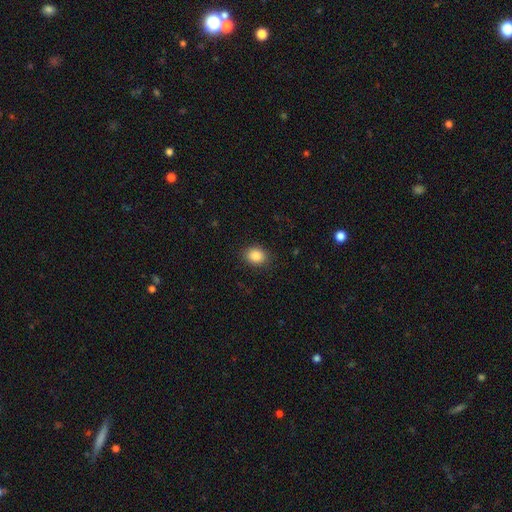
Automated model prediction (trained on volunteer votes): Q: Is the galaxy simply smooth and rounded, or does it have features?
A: smooth — 88%.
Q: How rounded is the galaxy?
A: in between — 52%.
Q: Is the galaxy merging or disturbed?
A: none — 87%.